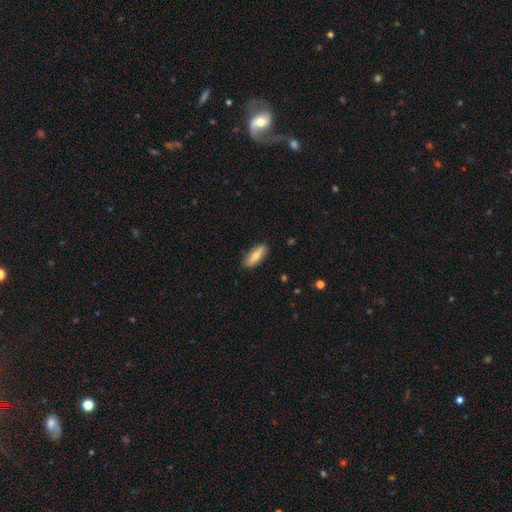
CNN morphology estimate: Q: Smooth or featured?
A: smooth (63%); runner-up: featured or disk (31%)
Q: How rounded?
A: in between (59%); runner-up: cigar-shaped (38%)
Q: Merging?
A: none (86%); runner-up: minor disturbance (11%)